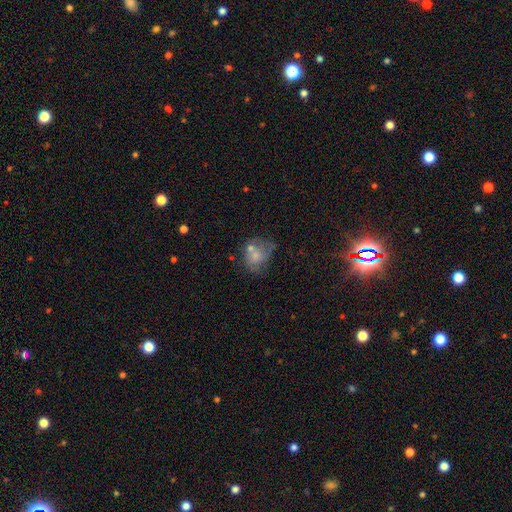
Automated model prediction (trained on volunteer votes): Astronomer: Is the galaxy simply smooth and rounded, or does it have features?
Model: smooth — 41% (runner-up: featured or disk, 31%).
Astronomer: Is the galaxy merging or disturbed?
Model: none — 44% (runner-up: minor disturbance, 22%).